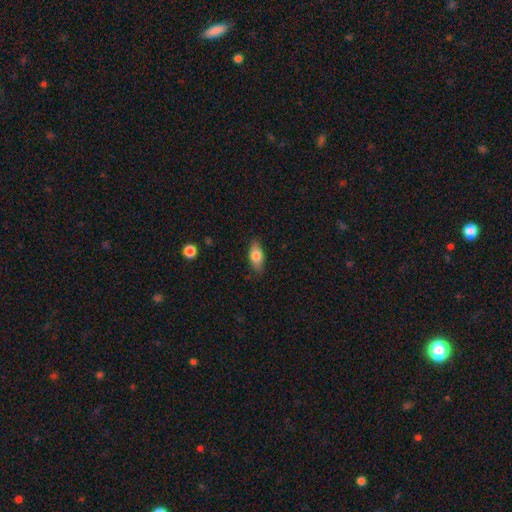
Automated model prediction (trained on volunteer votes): Smooth or featured? smooth (76%)
How rounded? in between (83%)
Merging? none (83%)